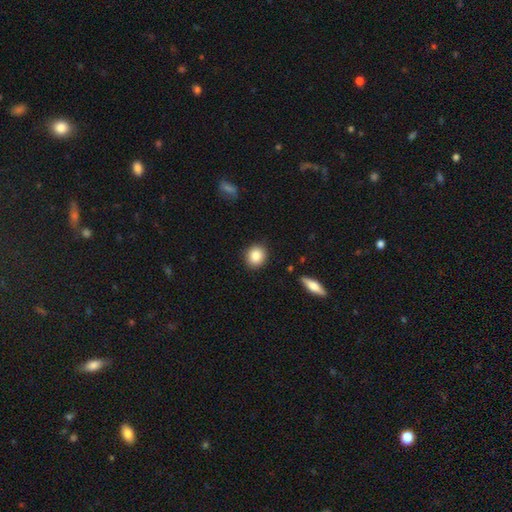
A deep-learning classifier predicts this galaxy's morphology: Smooth or featured?
  - smooth: 85% *
  - star or artifact: 8%
  - featured or disk: 7%
How rounded?
  - round: 80% *
  - in between: 19%
  - cigar-shaped: 1%
Merging?
  - none: 89% *
  - minor disturbance: 8%
  - major disturbance: 2%
  - merger: 1%